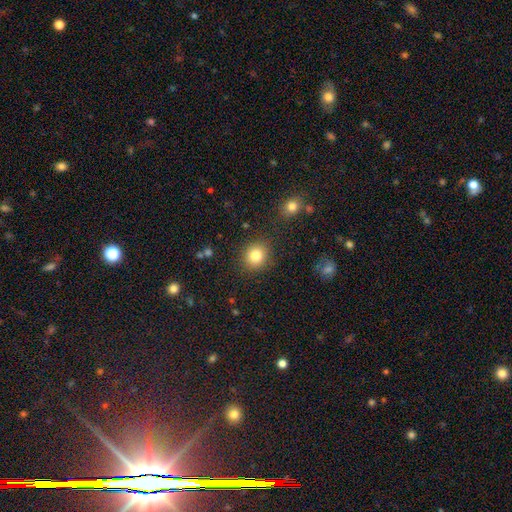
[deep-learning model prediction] Morphology: type=smooth (83%); roundness=round (85%); merging=none (87%).